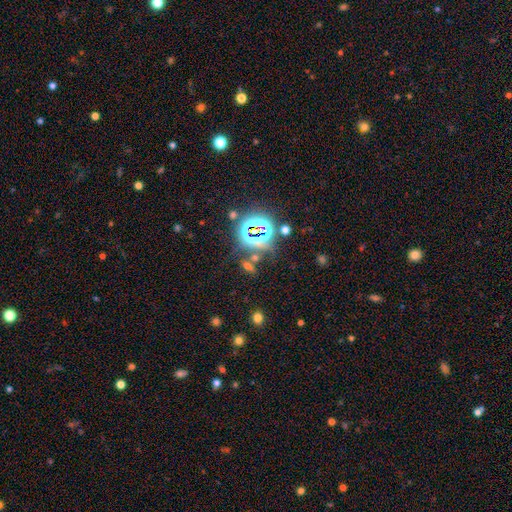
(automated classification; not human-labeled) star or artifact 74%, smooth 17%, featured or disk 9%.